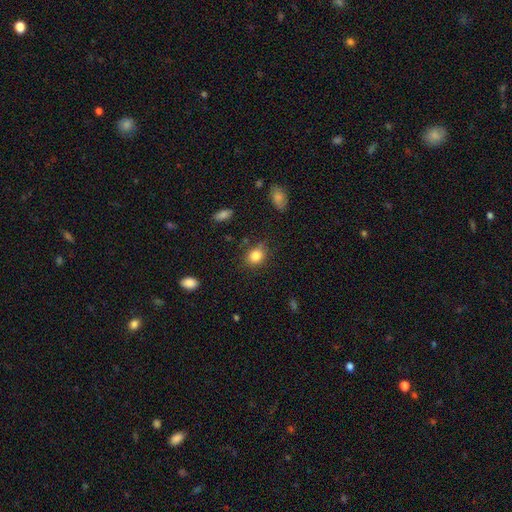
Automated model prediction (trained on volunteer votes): The model was most divided on "how rounded": round: 59%, in between: 40%, cigar-shaped: 1%. More confident: smooth or featured — smooth (83%); merging — none (76%).